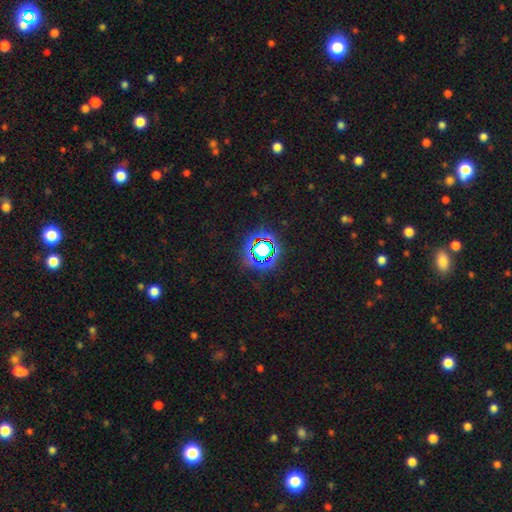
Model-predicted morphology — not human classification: Smooth or featured?
  - star or artifact: 75% *
  - smooth: 16%
  - featured or disk: 9%